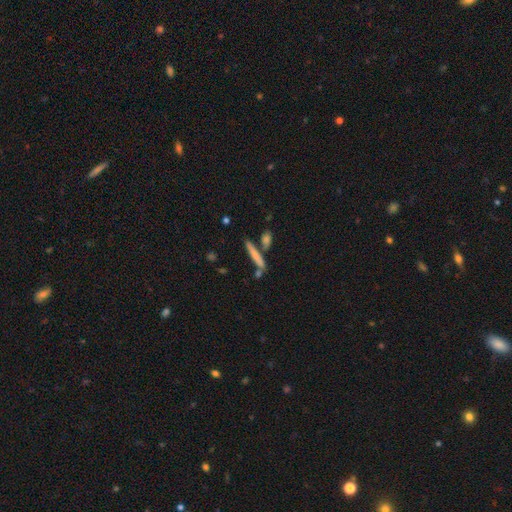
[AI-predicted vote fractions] Q: Smooth or featured?
A: smooth (69%); runner-up: featured or disk (23%)
Q: How rounded?
A: cigar-shaped (91%); runner-up: in between (7%)
Q: Merging?
A: none (70%); runner-up: merger (15%)